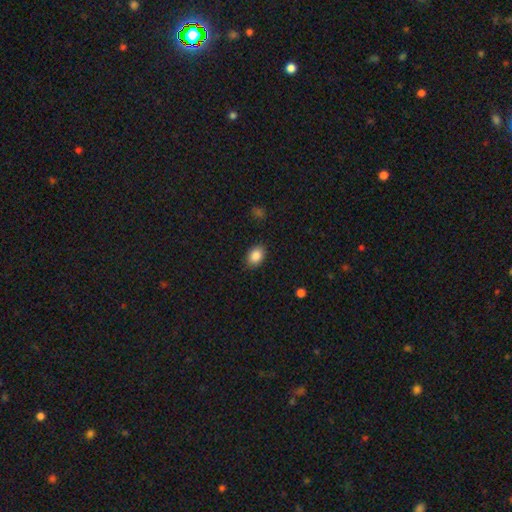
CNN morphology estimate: type=smooth (87%); roundness=in between (76%); merging=none (87%).